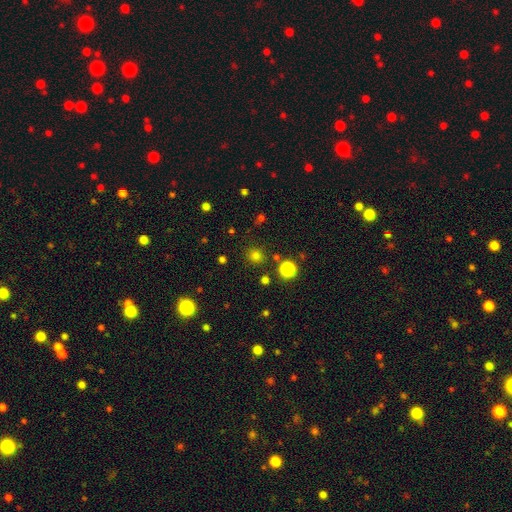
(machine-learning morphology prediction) Overall: smooth (73%). How rounded: round (90%). Merging: none (85%).